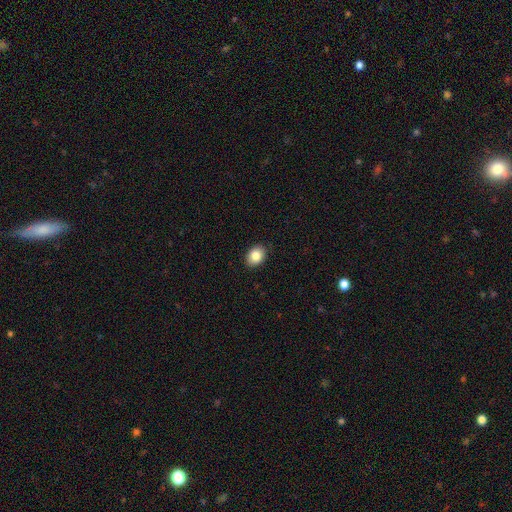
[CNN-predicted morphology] This is clearly a smooth galaxy (86%). How rounded: likely in between (72%). Merging: clearly none (89%).